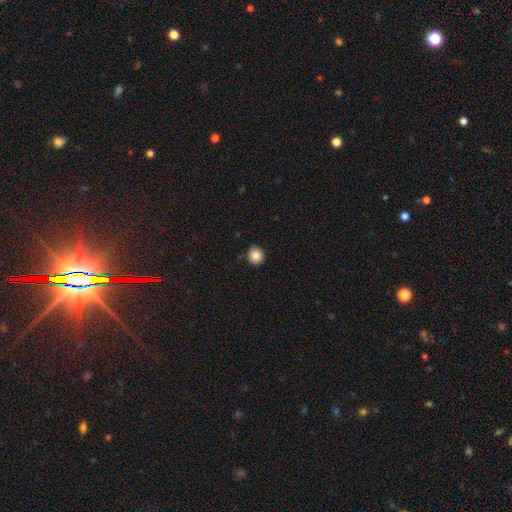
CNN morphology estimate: smooth-or-featured: smooth: 85% | star or artifact: 10% | featured or disk: 6%
  how-rounded: round: 90% | in between: 9% | cigar-shaped: 1%
  merging: none: 90% | minor disturbance: 7% | major disturbance: 2% | merger: 1%